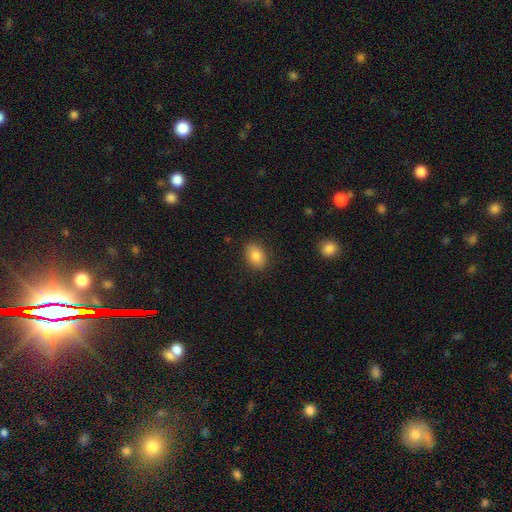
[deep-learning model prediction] smooth_or_featured: smooth (p=0.85) [alt: star or artifact p=0.08]
how_rounded: in between (p=0.76) [alt: round p=0.23]
merging: none (p=0.87) [alt: minor disturbance p=0.09]